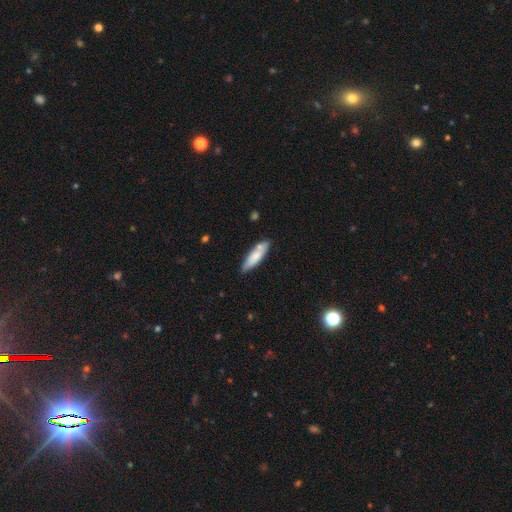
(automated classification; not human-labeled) Smooth or featured? Predicted: smooth (p=0.75). How rounded? Predicted: cigar-shaped (p=0.62). Merging? Predicted: none (p=0.75).